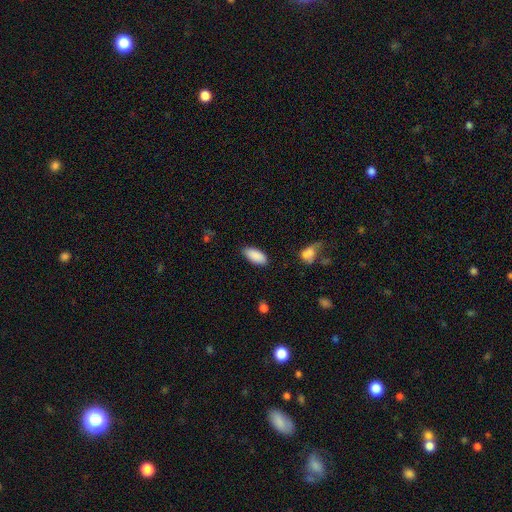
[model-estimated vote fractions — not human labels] Smooth or featured: smooth — 89% (star or artifact — 6%)
How rounded: in between — 90% (cigar-shaped — 8%)
Merging: none — 85% (minor disturbance — 11%)